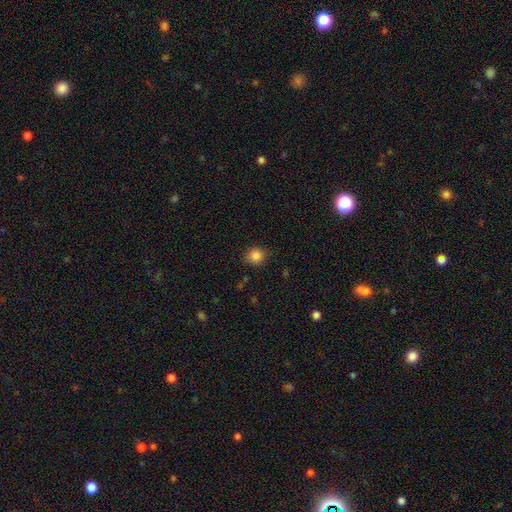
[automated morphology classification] This appears to be a smooth galaxy with no disk features (85%) that is round (85%). Merging: none (86%).